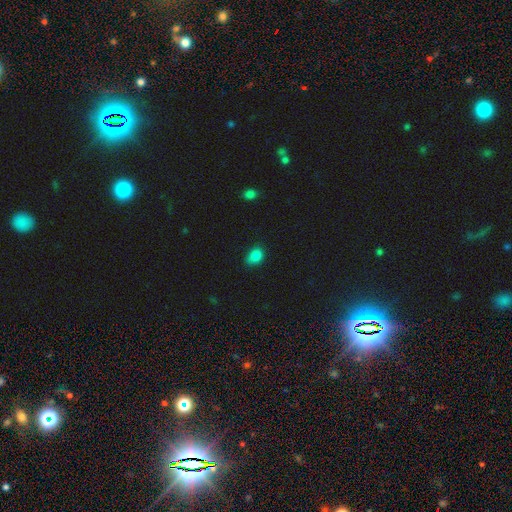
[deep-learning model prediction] smooth_or_featured: smooth (p=0.84) [alt: star or artifact p=0.11]
how_rounded: in between (p=0.71) [alt: round p=0.28]
merging: none (p=0.71) [alt: minor disturbance p=0.24]